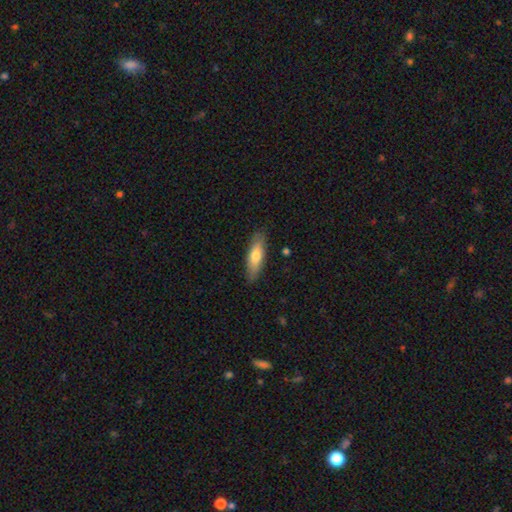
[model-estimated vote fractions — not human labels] smooth_or_featured: smooth (p=0.70) [alt: featured or disk p=0.25]
how_rounded: in between (p=0.49) [tied with: cigar-shaped p=0.49]
merging: none (p=0.85) [alt: minor disturbance p=0.11]